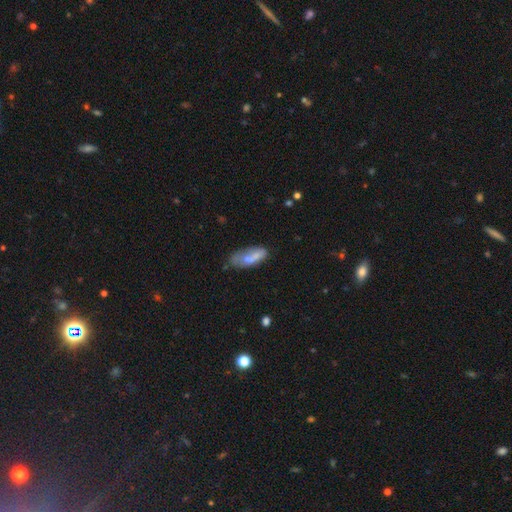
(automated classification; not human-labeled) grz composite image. It shows a smooth galaxy with no disk features (61%) that is in between round and cigar-shaped (69%). Merging: none (48%).